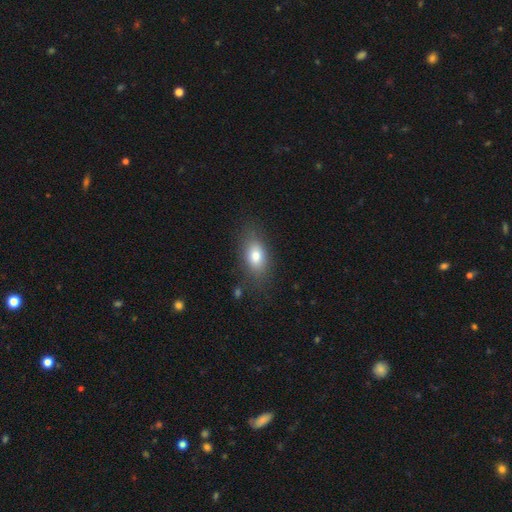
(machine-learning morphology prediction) Smooth or featured: smooth — 78% (featured or disk — 13%)
How rounded: in between — 84% (round — 11%)
Merging: none — 78% (minor disturbance — 15%)